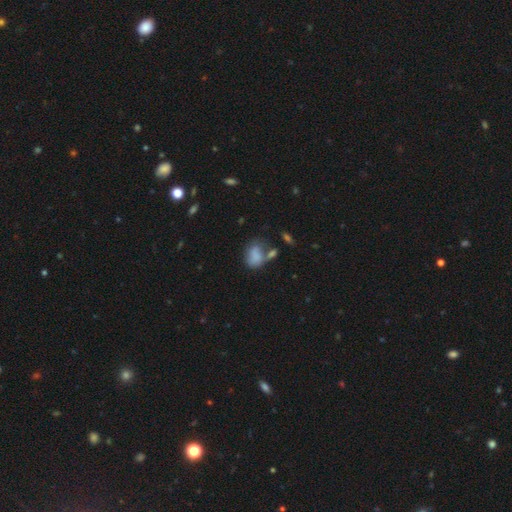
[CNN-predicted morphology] smooth 75%, featured or disk 14%, star or artifact 10%. Down the decision tree: how rounded — in between (76%); merging — none (36%).